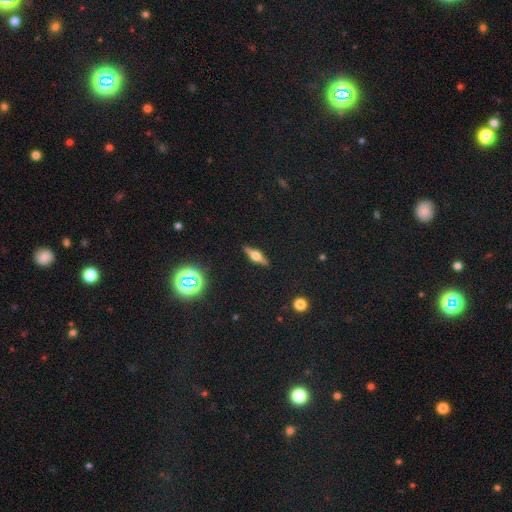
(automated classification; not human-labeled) Smooth or featured?
  - featured or disk: 68% *
  - smooth: 23%
  - star or artifact: 9%
Edge-on disk?
  - yes: 96% *
  - no: 4%
Edge-on bulge?
  - rounded: 93% *
  - boxy: 5%
  - none: 2%
Merging?
  - none: 89% *
  - minor disturbance: 8%
  - major disturbance: 2%
  - merger: 1%